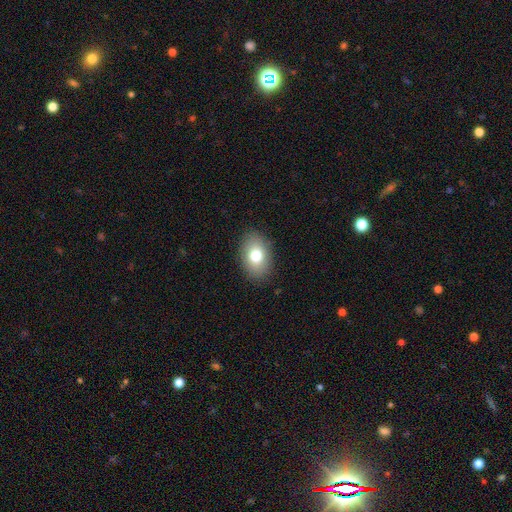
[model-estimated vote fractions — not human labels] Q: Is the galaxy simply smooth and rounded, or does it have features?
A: smooth — 76%.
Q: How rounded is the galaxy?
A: in between — 84%.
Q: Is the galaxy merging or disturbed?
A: none — 87%.